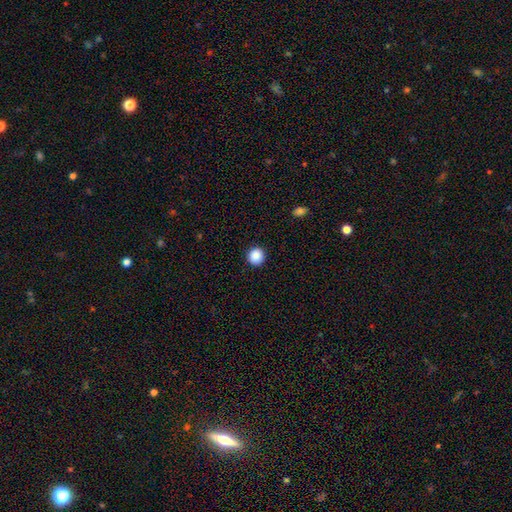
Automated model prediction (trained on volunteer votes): Q: Smooth or featured?
A: smooth (89%); runner-up: star or artifact (9%)
Q: How rounded?
A: round (94%); runner-up: in between (5%)
Q: Merging?
A: none (93%); runner-up: minor disturbance (5%)